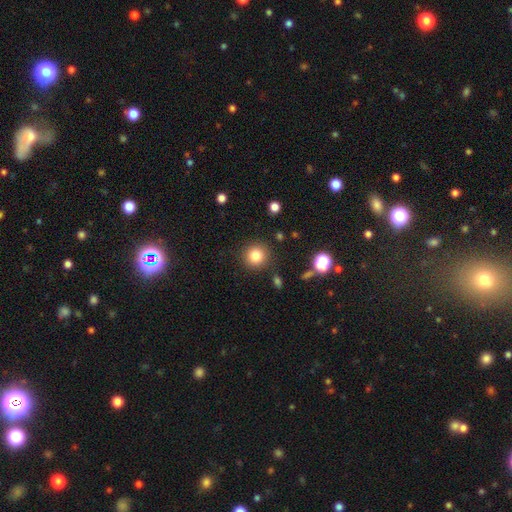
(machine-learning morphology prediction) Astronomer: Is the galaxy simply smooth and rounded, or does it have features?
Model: smooth — 82%.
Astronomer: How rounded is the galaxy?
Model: round — 93%.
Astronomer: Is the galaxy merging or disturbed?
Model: none — 88%.